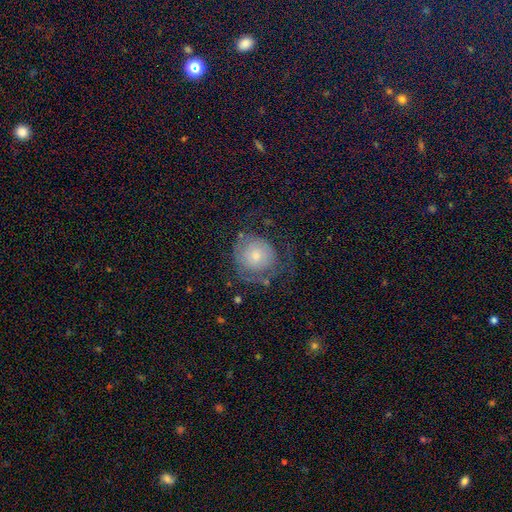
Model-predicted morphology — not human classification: A featured or disk galaxy (51%). Merging: none (50%).